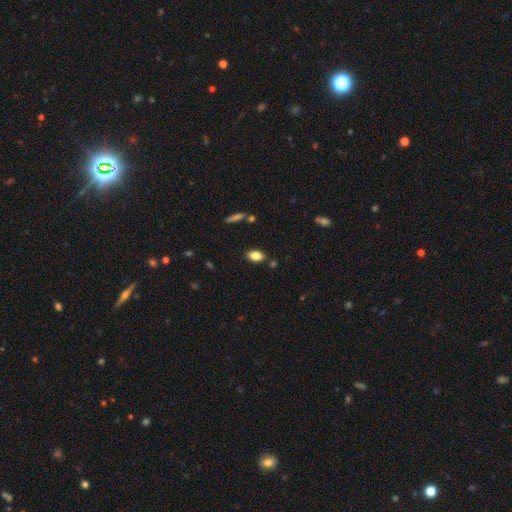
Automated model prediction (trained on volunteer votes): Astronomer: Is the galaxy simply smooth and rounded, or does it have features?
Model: smooth — 84%.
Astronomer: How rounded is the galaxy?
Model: in between — 88%.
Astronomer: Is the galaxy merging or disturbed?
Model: none — 83%.